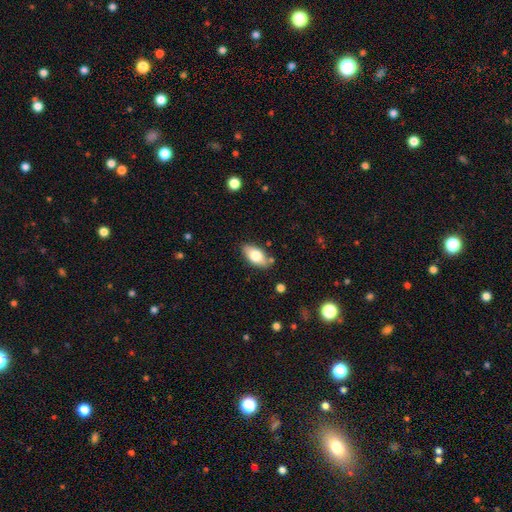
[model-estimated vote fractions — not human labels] Overall: smooth (76%). How rounded: in between (92%). Merging: none (80%).